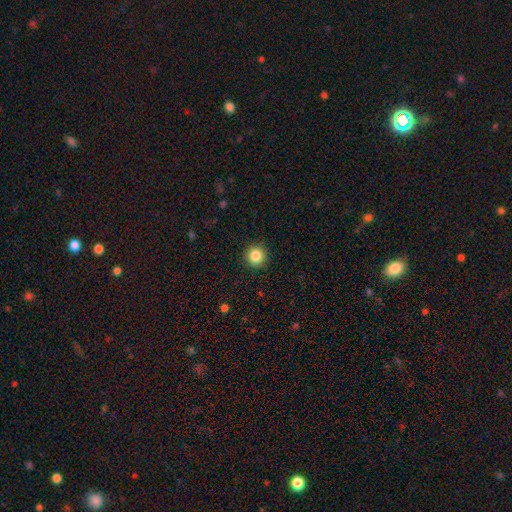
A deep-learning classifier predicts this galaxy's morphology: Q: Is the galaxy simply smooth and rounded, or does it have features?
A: smooth — 85%.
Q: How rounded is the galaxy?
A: round — 95%.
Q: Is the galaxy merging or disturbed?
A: none — 92%.